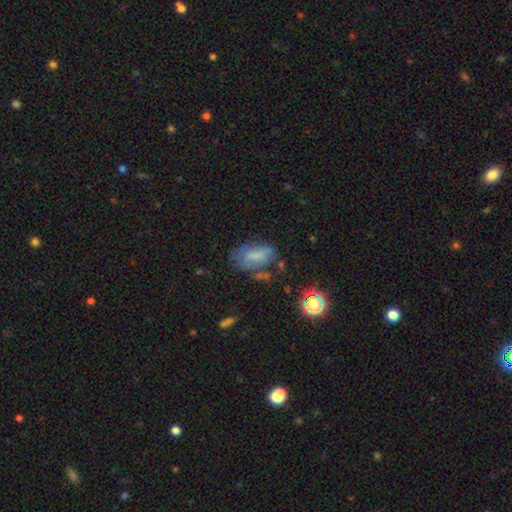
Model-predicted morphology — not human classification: smooth 66%, featured or disk 22%, star or artifact 12%. Down the decision tree: how rounded — in between (88%); merging — none (50%).